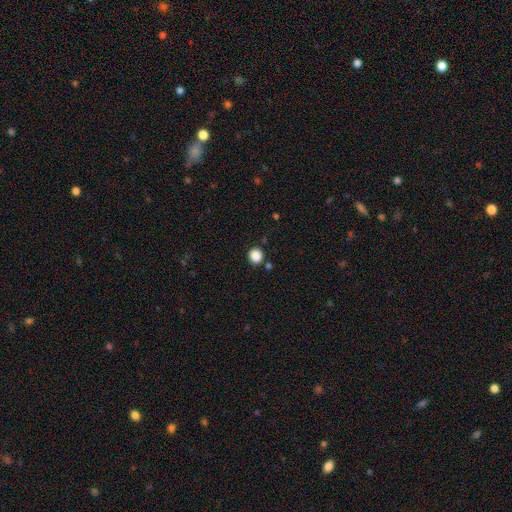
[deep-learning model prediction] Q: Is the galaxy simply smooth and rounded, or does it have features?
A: smooth — 87%.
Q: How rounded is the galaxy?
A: round — 83%.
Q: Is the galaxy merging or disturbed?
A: none — 85%.